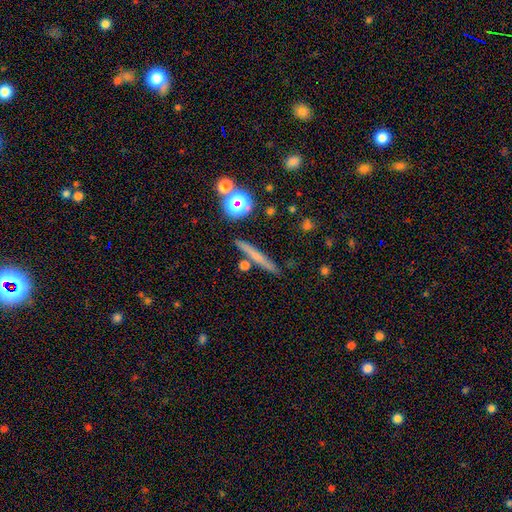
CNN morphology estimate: Overall: smooth (57%; featured or disk 31%). How rounded: cigar-shaped (90%). Merging: none (83%).